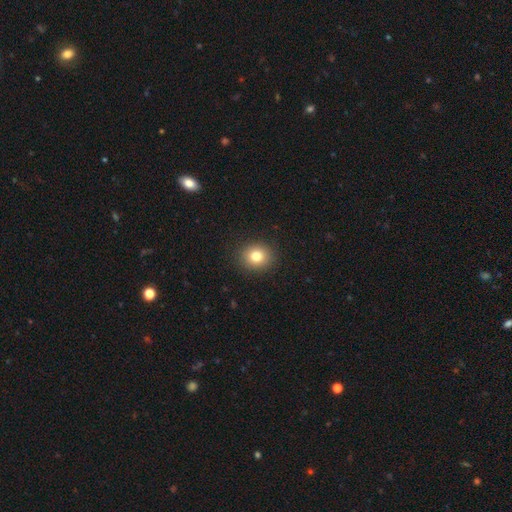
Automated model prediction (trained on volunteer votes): Smooth or featured? Predicted: smooth (p=0.80). How rounded? Predicted: round (p=0.76). Merging? Predicted: none (p=0.90).